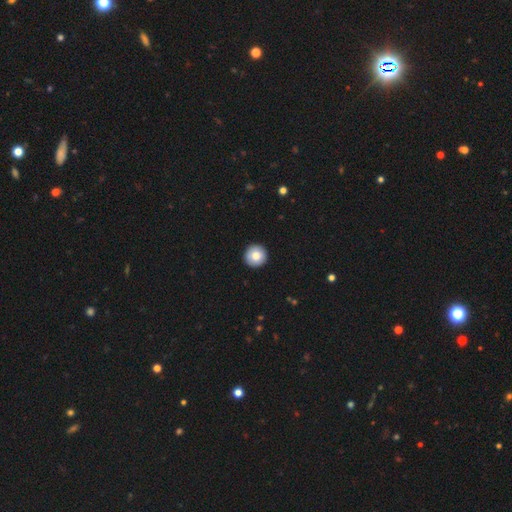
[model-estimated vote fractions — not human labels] Smooth or featured: smooth — 82% (featured or disk — 11%)
How rounded: round — 96% (in between — 3%)
Merging: none — 93% (minor disturbance — 5%)